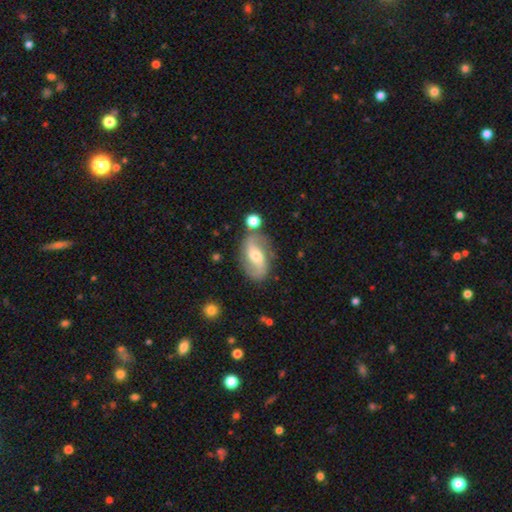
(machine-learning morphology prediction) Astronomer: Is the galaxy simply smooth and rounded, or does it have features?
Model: featured or disk — 78%.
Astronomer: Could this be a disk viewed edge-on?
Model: no — 96%.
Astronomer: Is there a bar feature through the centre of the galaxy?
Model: weak — 43% (runner-up: no, 35%).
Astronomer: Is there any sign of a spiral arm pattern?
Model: yes — 92%.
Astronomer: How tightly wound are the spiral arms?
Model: loose — 49% (runner-up: medium, 38%).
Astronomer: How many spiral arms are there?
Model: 2 — 91%.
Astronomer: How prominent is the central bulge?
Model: moderate — 62%.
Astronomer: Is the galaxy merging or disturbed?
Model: none — 74%.